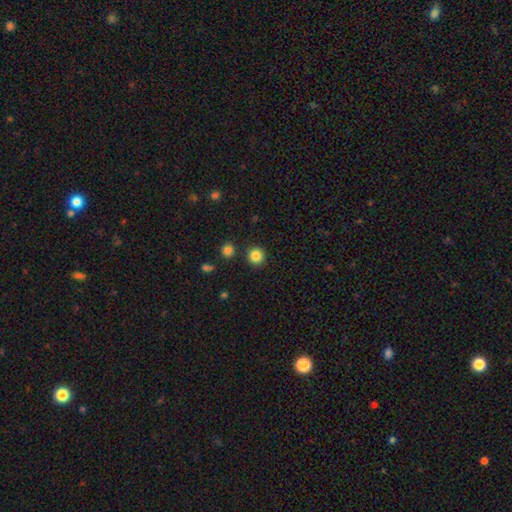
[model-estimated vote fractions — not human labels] Smooth or featured? smooth (85%)
How rounded? round (94%)
Merging? none (90%)